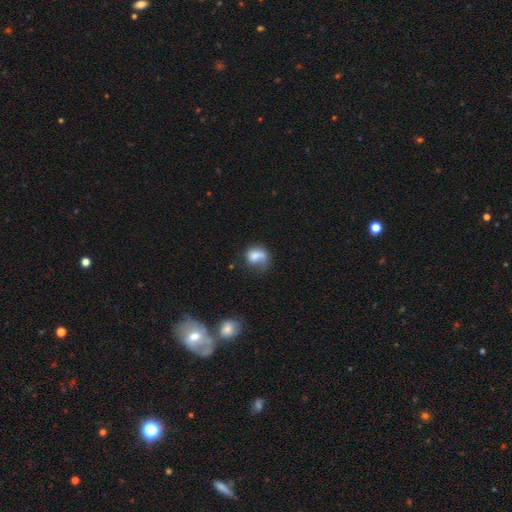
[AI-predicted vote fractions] Overall: smooth (65%; featured or disk 26%). How rounded: in between (54%; round 44%). Merging: none (33%; major disturbance 31%).